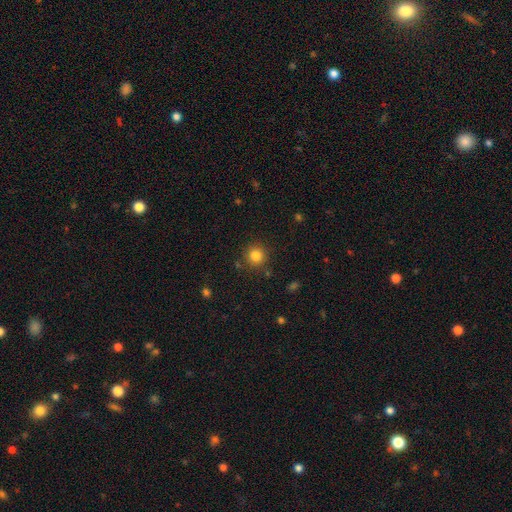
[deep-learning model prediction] Smooth or featured? smooth (83%)
How rounded? round (94%)
Merging? none (87%)